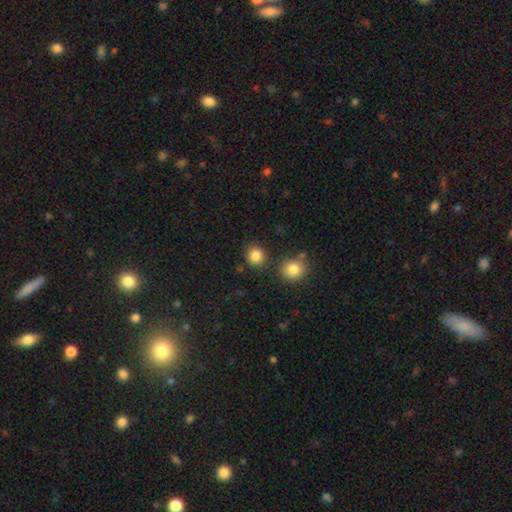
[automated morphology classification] smooth 85%, star or artifact 11%, featured or disk 4%. Down the decision tree: how rounded — round (86%); merging — none (82%).